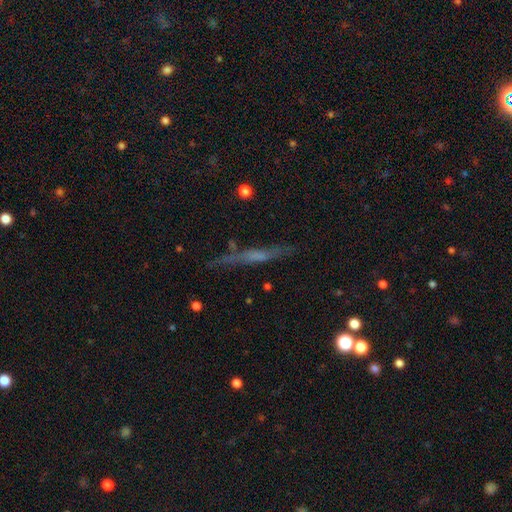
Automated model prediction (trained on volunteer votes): This is possibly a featured or disk galaxy (54%). It is clearly viewed edge-on (90%). Merging: likely none (77%).